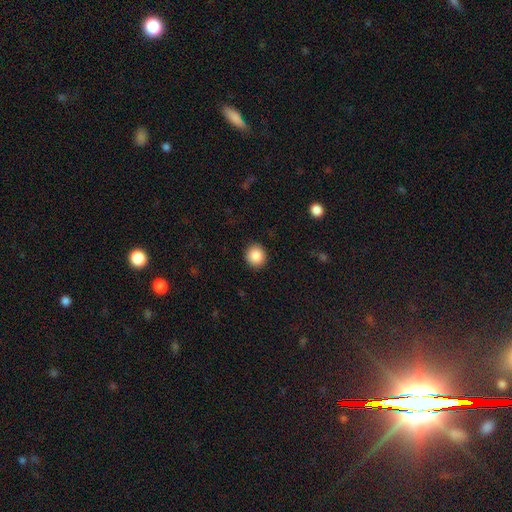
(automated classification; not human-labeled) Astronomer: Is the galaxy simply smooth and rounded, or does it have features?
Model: smooth — 88%.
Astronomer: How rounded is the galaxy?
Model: round — 88%.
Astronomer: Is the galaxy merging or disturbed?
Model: none — 91%.